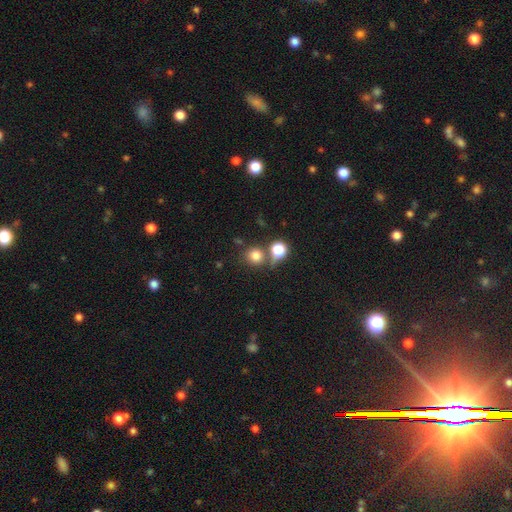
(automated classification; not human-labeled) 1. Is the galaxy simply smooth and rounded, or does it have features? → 79% smooth, 14% star or artifact, 7% featured or disk.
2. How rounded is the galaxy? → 88% round, 11% in between, 1% cigar-shaped.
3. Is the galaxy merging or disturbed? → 65% none, 22% merger, 9% minor disturbance, 4% major disturbance.